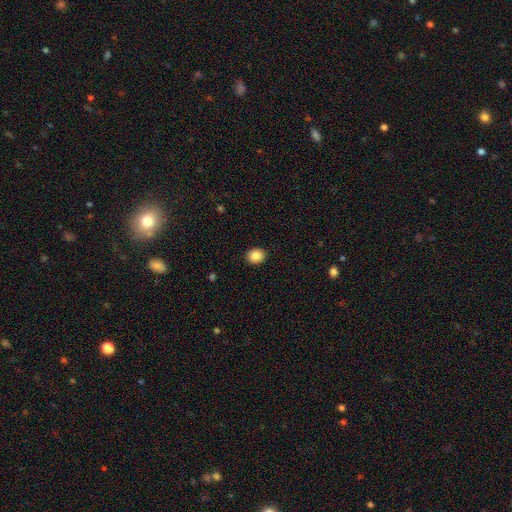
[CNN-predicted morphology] The model was most divided on "how rounded": round: 72%, in between: 27%, cigar-shaped: 1%. More confident: merging — none (92%); smooth or featured — smooth (87%).